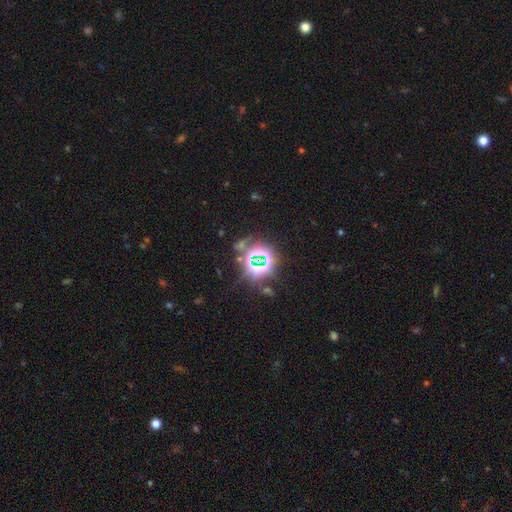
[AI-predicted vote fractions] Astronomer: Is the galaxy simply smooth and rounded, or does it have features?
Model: star or artifact — 80%.